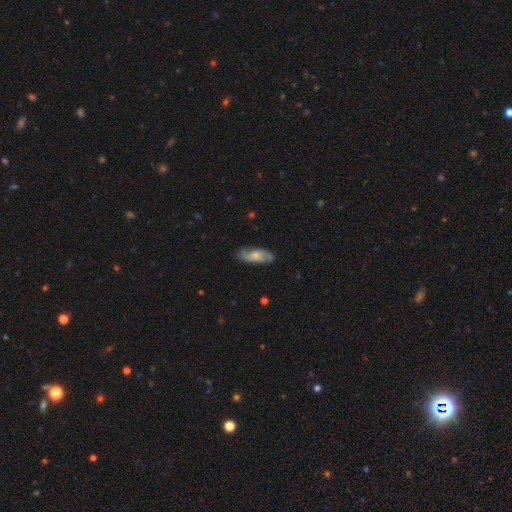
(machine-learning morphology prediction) This appears to be a smooth galaxy with no disk features (53%) that is in between round and cigar-shaped (69%). Merging: none (78%).